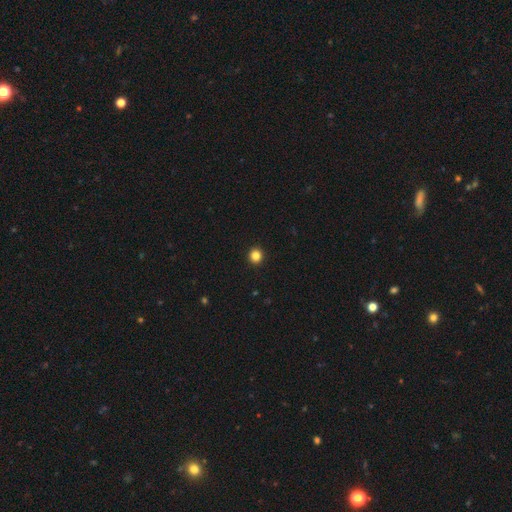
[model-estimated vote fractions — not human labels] This appears to be a smooth galaxy with no disk features (84%) that is round (94%). Merging: none (94%).